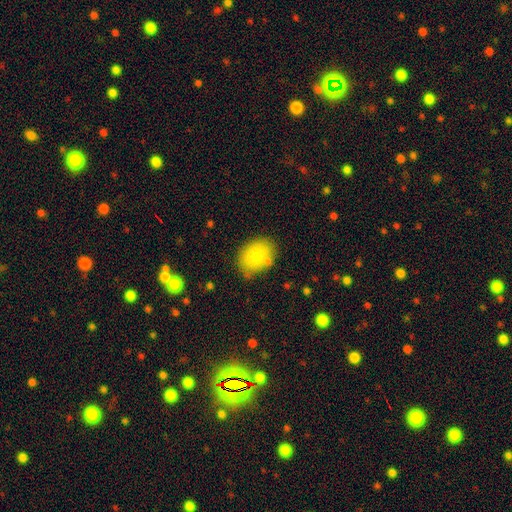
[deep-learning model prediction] Smooth or featured: smooth — 83% (featured or disk — 9%)
How rounded: in between — 69% (round — 30%)
Merging: none — 71% (minor disturbance — 19%)